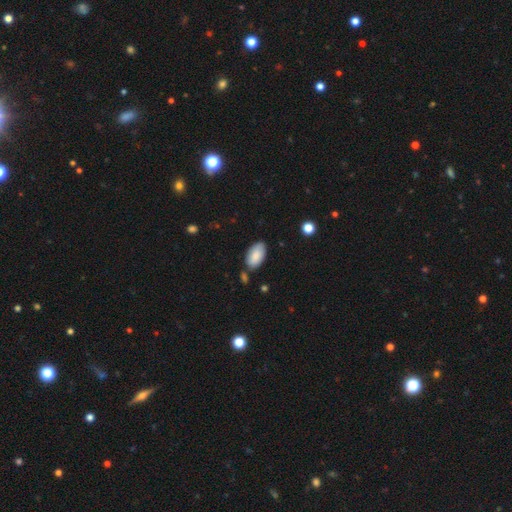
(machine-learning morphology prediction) smooth 85%, featured or disk 9%, star or artifact 6%. Down the decision tree: how rounded — in between (96%); merging — none (74%).